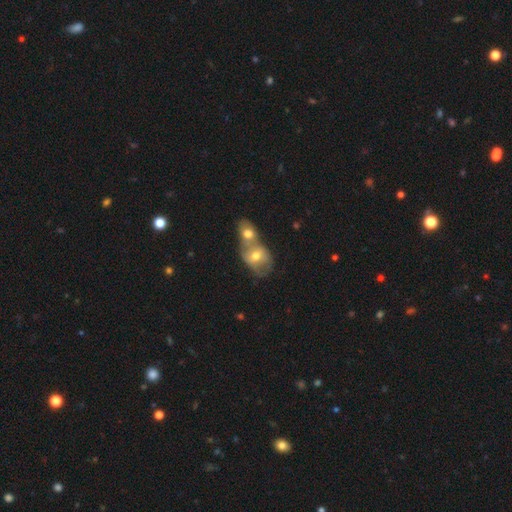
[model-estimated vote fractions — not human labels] This appears to be a smooth galaxy with no disk features (54%) that is in between round and cigar-shaped (66%). Merging: merger (71%).